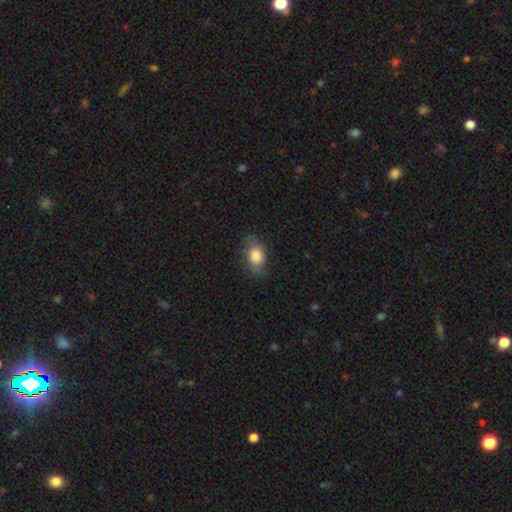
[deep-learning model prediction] Q: Smooth or featured?
A: smooth (77%); runner-up: featured or disk (16%)
Q: How rounded?
A: in between (81%); runner-up: round (17%)
Q: Merging?
A: none (72%); runner-up: minor disturbance (20%)